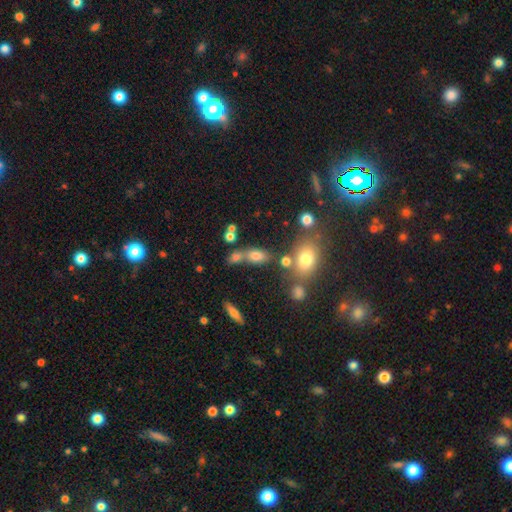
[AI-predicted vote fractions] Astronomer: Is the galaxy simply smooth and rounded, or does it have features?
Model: smooth — 69%.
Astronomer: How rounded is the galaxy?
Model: in between — 74%.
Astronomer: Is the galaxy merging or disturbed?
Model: none — 43% (runner-up: merger, 35%).